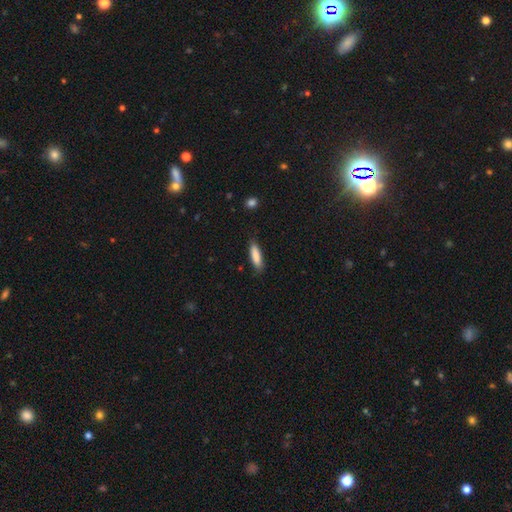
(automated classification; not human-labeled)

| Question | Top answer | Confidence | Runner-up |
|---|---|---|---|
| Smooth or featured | smooth | 86% | featured or disk (9%) |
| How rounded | cigar-shaped | 65% | in between (34%) |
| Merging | none | 82% | minor disturbance (14%) |